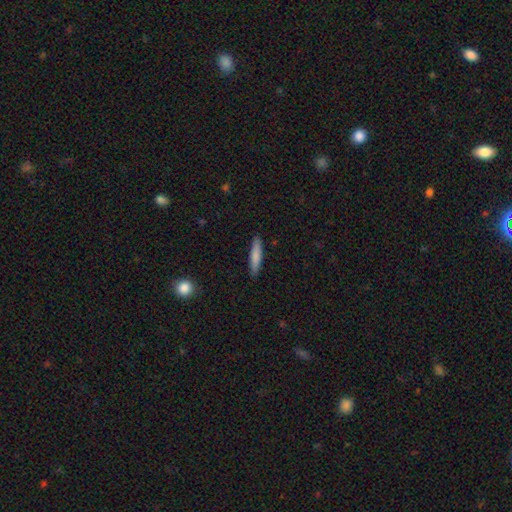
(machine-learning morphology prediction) A smooth galaxy with no disk features (79%) that is cigar-shaped (87%).

Vote fractions:
- Smooth or featured? smooth: 79% / featured or disk: 15% / star or artifact: 6%
- How rounded? cigar-shaped: 87% / in between: 11% / round: 1%
- Merging? none: 90% / minor disturbance: 7% / major disturbance: 2% / merger: 1%